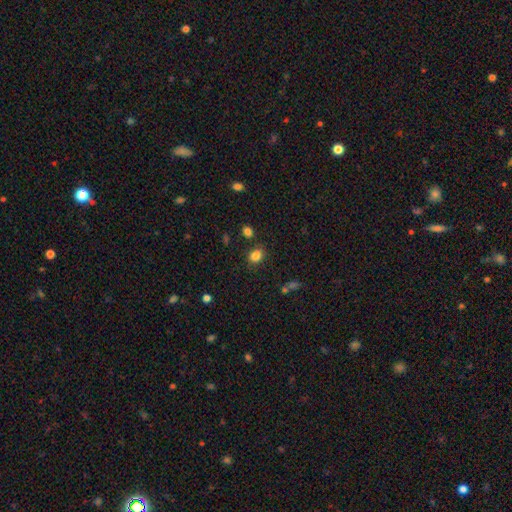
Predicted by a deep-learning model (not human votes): Morphology: type=smooth (83%); roundness=in between (55%); merging=none (80%).